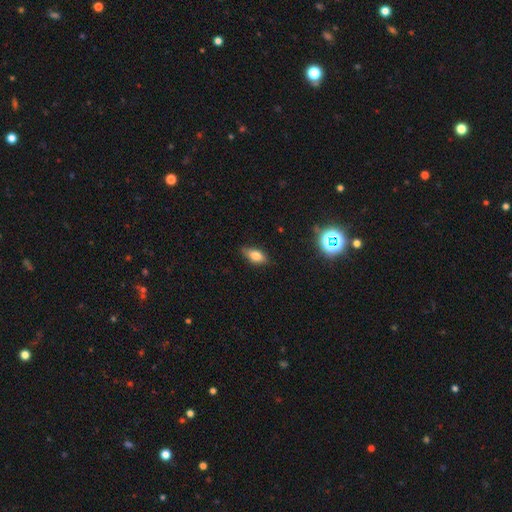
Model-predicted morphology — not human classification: Smooth or featured? smooth (76%)
How rounded? in between (85%)
Merging? none (77%)